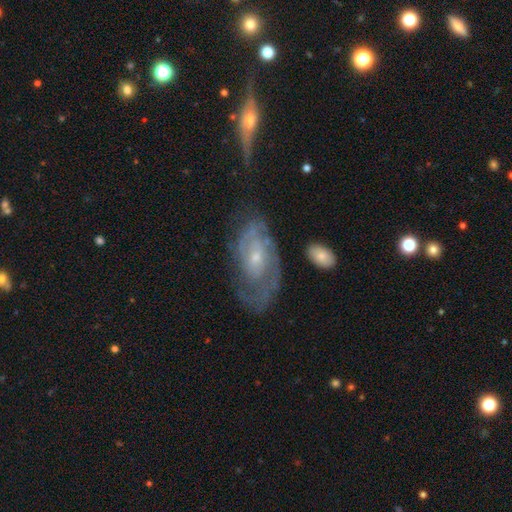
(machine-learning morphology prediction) smooth-or-featured: featured or disk: 80% | smooth: 14% | star or artifact: 7%
  disk-edge-on: no: 94% | yes: 6%
    bar: no: 66% | weak: 29% | strong: 6%
    has-spiral-arms: yes: 88% | no: 12%
      spiral-winding: tight: 58% | medium: 31% | loose: 11%
      spiral-arm-count: can't tell: 41% | 2: 35% | 1: 9% | 3: 9% | 4: 3% | more than 4: 3%
    bulge-size: small: 71% | moderate: 24% | none: 2% | large: 1% | dominant: 1%
  merging: none: 54% | minor disturbance: 24% | major disturbance: 18% | merger: 4%